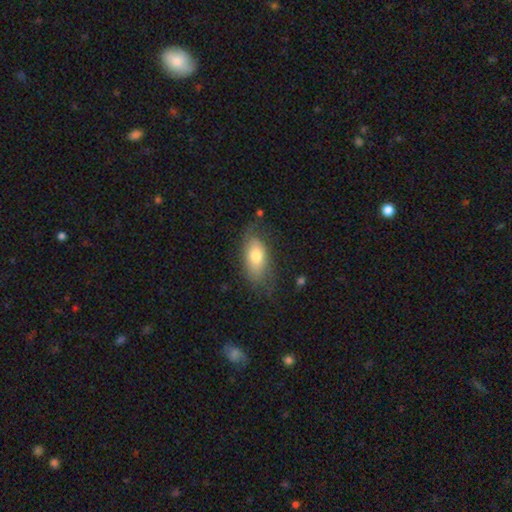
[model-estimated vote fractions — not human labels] Overall: smooth (70%). How rounded: in between (88%). Merging: none (65%).